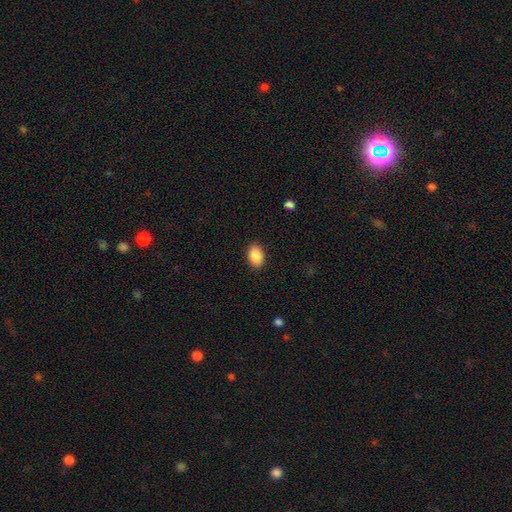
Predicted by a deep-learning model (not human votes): A smooth galaxy with no disk features (90%) that is in between round and cigar-shaped (89%). Merging: none (89%).